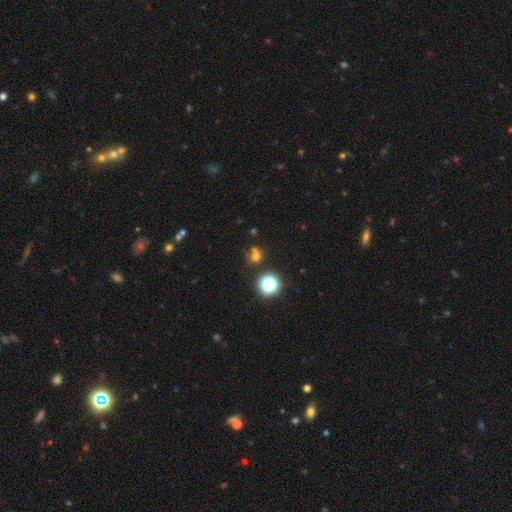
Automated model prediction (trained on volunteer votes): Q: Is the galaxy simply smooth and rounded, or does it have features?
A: smooth — 55%.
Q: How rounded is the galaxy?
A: round — 77%.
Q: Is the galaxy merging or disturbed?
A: none — 50%.